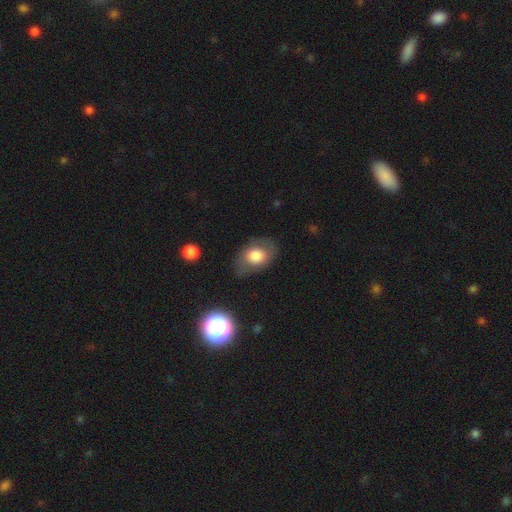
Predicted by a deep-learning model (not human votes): Overall: smooth (67%). How rounded: in between (75%). Merging: none (69%).